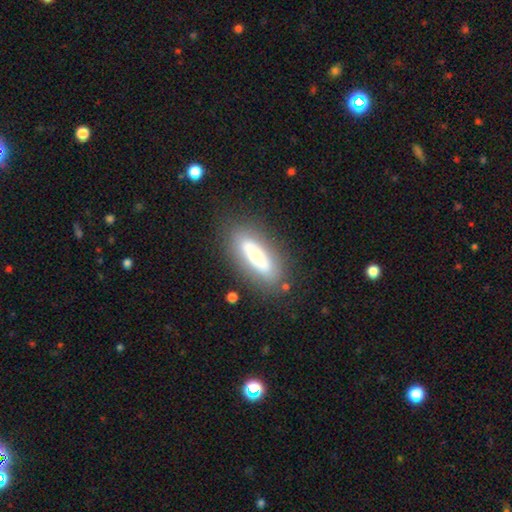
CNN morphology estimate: Smooth or featured: smooth — 47% (featured or disk — 46%)
Merging: none — 79% (minor disturbance — 13%)